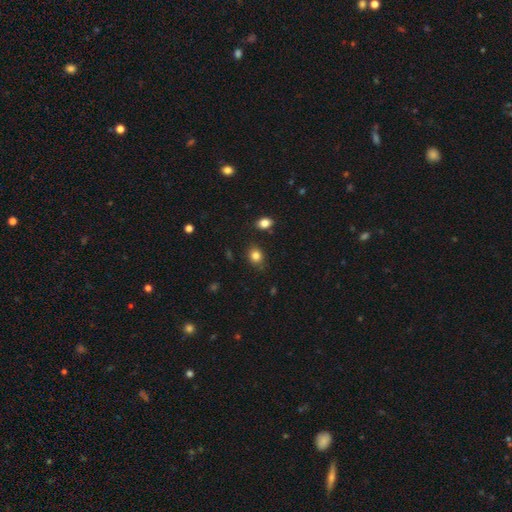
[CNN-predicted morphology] This is clearly a smooth galaxy (83%). How rounded: possibly round (58%). Merging: clearly none (83%).